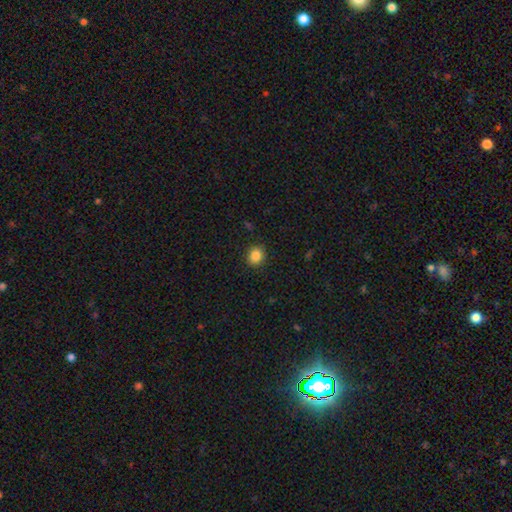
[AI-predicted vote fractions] Smooth or featured? Predicted: smooth (p=0.86). How rounded? Predicted: round (p=0.73). Merging? Predicted: none (p=0.90).